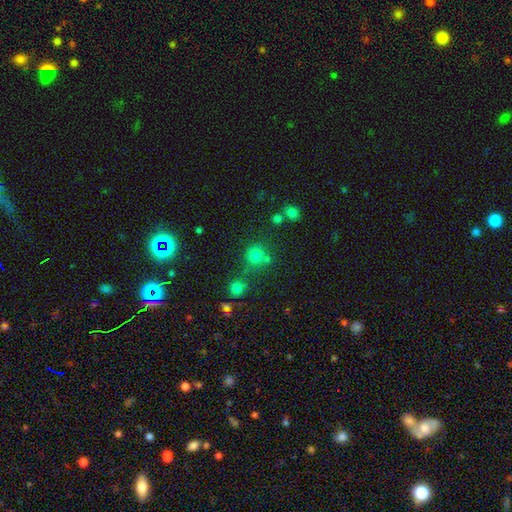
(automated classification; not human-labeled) Smooth or featured: smooth — 76% (star or artifact — 17%)
How rounded: round — 89% (in between — 10%)
Merging: none — 67% (merger — 17%)